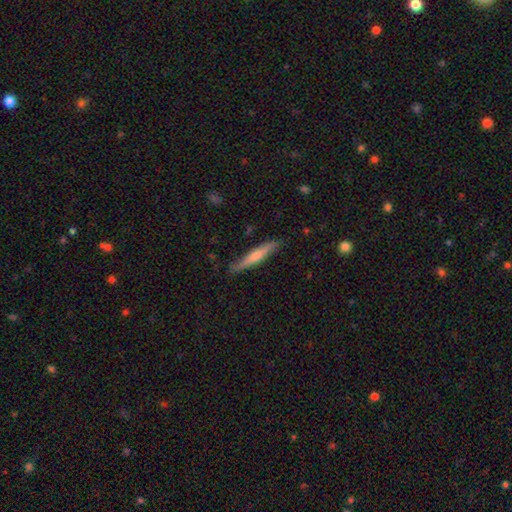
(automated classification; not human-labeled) smooth 48%, featured or disk 47%, star or artifact 6%. Down the decision tree: merging — none (86%).